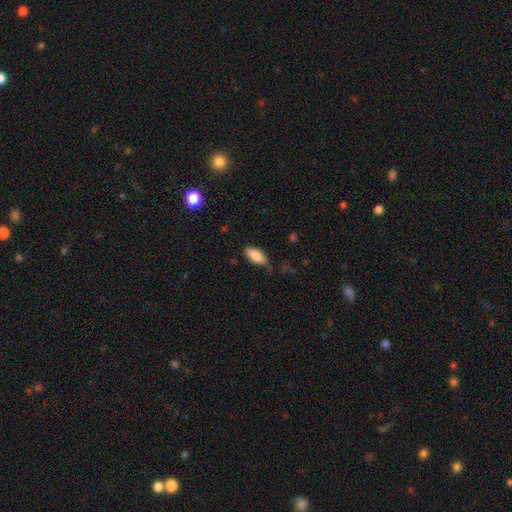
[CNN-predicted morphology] smooth 86%, featured or disk 8%, star or artifact 7%. Down the decision tree: how rounded — in between (87%); merging — none (76%).